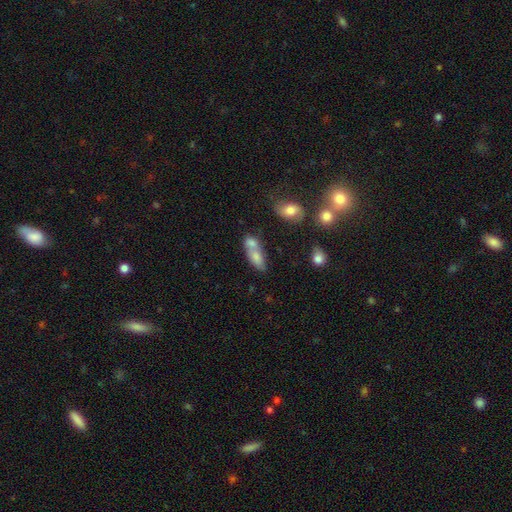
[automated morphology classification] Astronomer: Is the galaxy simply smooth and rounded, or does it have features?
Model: smooth — 71%.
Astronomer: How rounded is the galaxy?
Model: in between — 75%.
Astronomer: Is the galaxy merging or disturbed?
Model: merger — 56%.